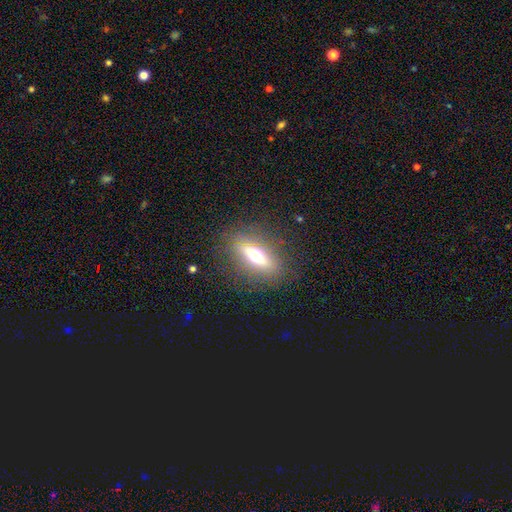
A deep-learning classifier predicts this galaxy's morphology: Smooth or featured? featured or disk (46%)
Merging? none (83%)